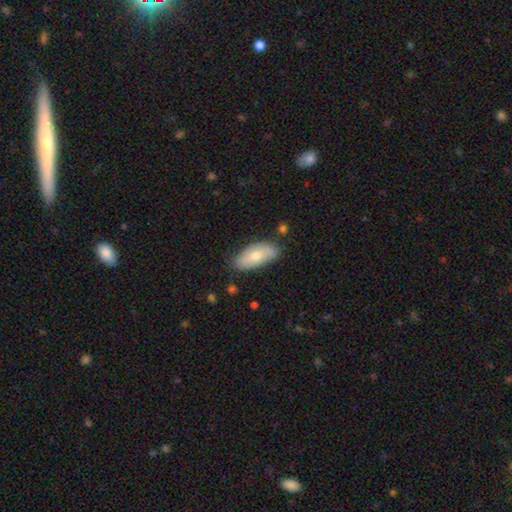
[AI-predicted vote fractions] This is likely a smooth galaxy (66%). How rounded: clearly in between (89%). Merging: likely none (75%).